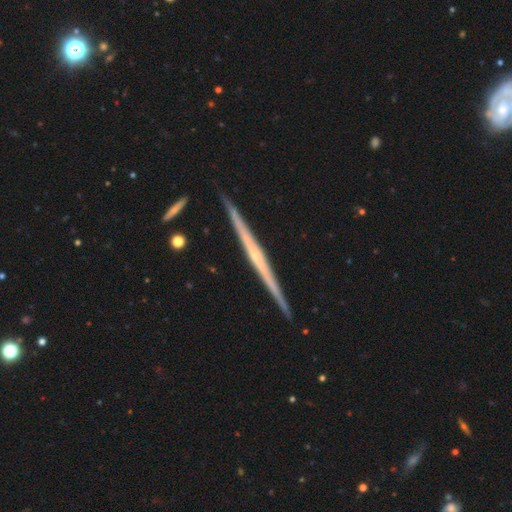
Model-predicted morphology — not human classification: type=featured or disk (80%); edge-on=yes (98%); edge-on bulge=none (57%); merging=none (91%).